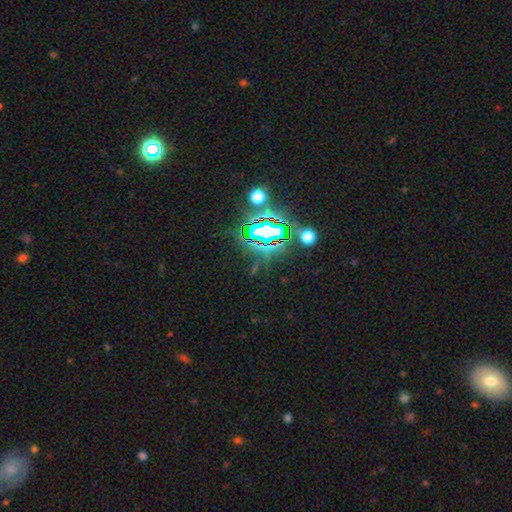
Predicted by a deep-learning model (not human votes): A star or artifact, not a galaxy (82%).